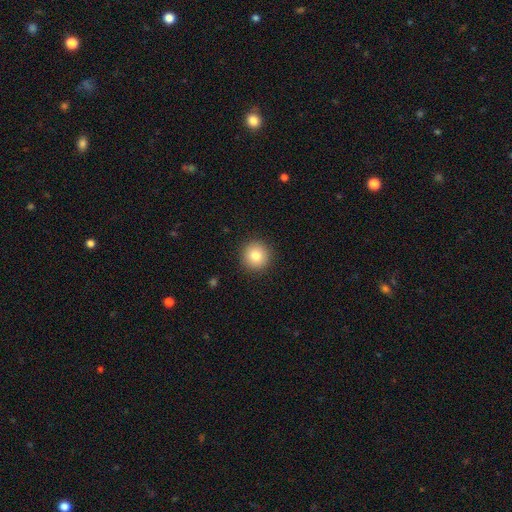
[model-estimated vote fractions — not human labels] This appears to be a smooth galaxy with no disk features (81%) that is round (95%). Merging: none (92%).